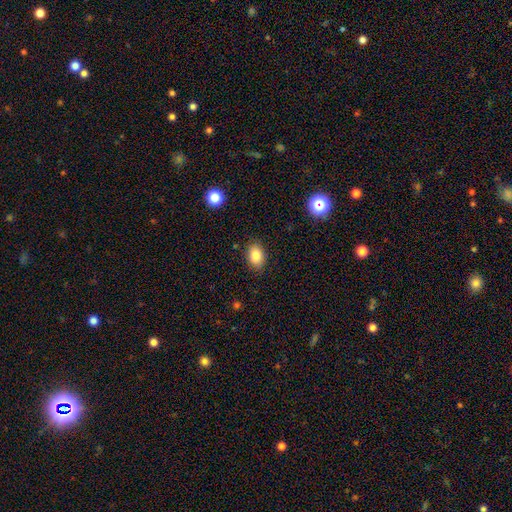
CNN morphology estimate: Smooth or featured?
  - smooth: 85% *
  - star or artifact: 8%
  - featured or disk: 7%
How rounded?
  - in between: 83% *
  - round: 16%
  - cigar-shaped: 1%
Merging?
  - none: 86% *
  - minor disturbance: 10%
  - major disturbance: 2%
  - merger: 1%